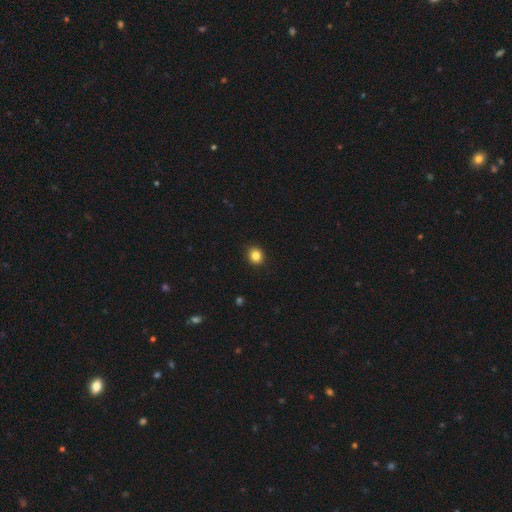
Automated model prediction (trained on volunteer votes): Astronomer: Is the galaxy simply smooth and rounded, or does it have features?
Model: smooth — 84%.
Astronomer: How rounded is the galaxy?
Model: round — 82%.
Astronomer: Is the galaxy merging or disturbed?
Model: none — 91%.